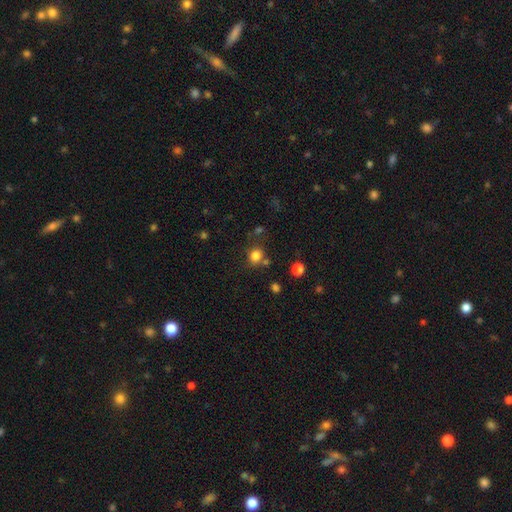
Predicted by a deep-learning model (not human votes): Q: Smooth or featured?
A: smooth (81%); runner-up: star or artifact (14%)
Q: How rounded?
A: round (77%); runner-up: in between (22%)
Q: Merging?
A: none (71%); runner-up: minor disturbance (12%)